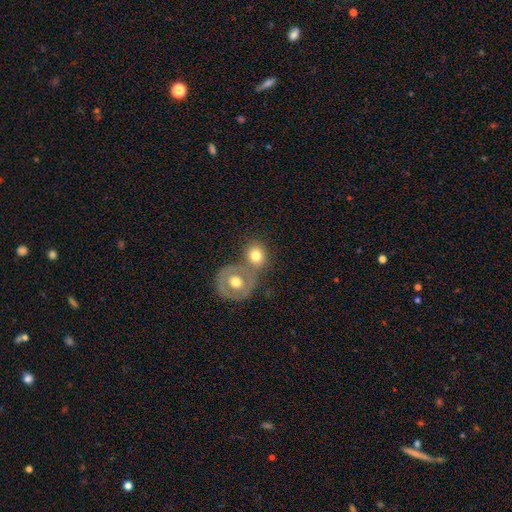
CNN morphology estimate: A smooth galaxy with no disk features (68%) that is round (78%). Merging: merger (47%).